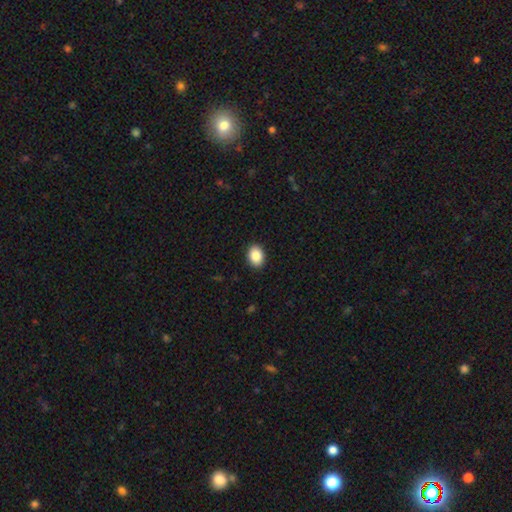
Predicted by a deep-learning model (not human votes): A smooth galaxy with no disk features (87%) that is in between round and cigar-shaped (73%).

Vote fractions:
- Smooth or featured? smooth: 87% / star or artifact: 8% / featured or disk: 5%
- How rounded? in between: 73% / round: 26% / cigar-shaped: 1%
- Merging? none: 91% / minor disturbance: 6% / major disturbance: 2% / merger: 1%